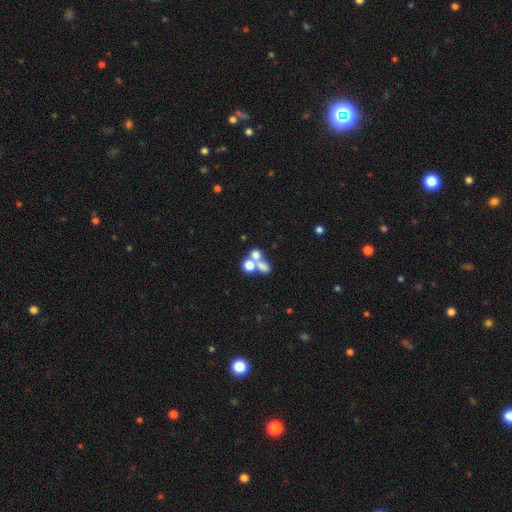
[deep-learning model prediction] smooth-or-featured: smooth: 60% | featured or disk: 22% | star or artifact: 17%
  how-rounded: round: 63% | in between: 34% | cigar-shaped: 2%
  merging: merger: 57% | none: 29% | major disturbance: 7% | minor disturbance: 7%